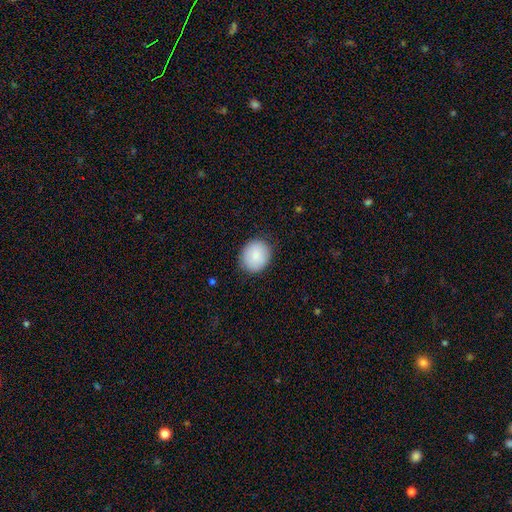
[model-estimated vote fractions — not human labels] A smooth galaxy with no disk features (87%) that is round (72%). Merging: none (87%).